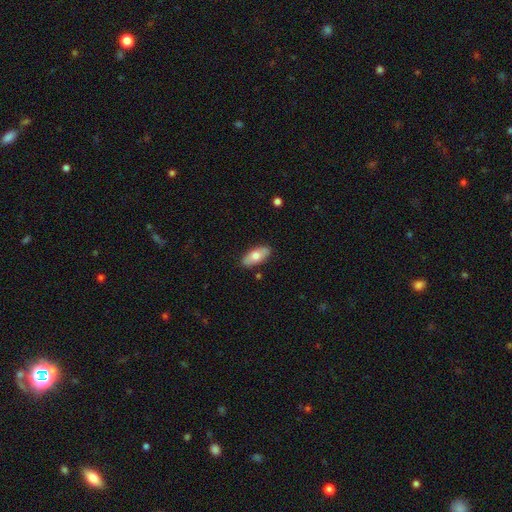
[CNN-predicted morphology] smooth_or_featured: smooth (p=0.69) [alt: featured or disk p=0.25]
how_rounded: in between (p=0.88) [alt: cigar-shaped p=0.10]
merging: none (p=0.87) [alt: minor disturbance p=0.09]